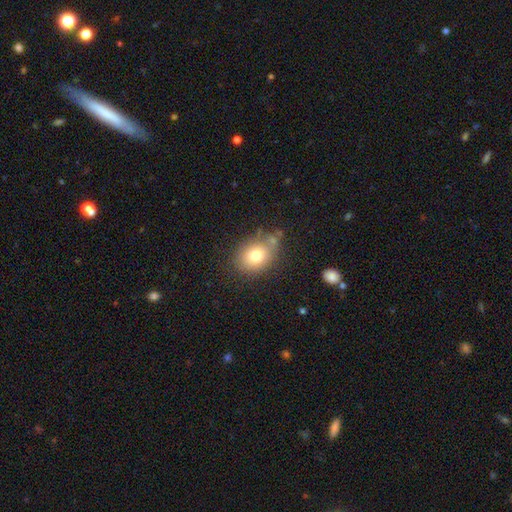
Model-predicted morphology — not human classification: Smooth or featured?
  - smooth: 77% *
  - featured or disk: 13%
  - star or artifact: 11%
How rounded?
  - in between: 54% *
  - round: 45%
  - cigar-shaped: 1%
Merging?
  - none: 70% *
  - minor disturbance: 17%
  - merger: 8%
  - major disturbance: 5%